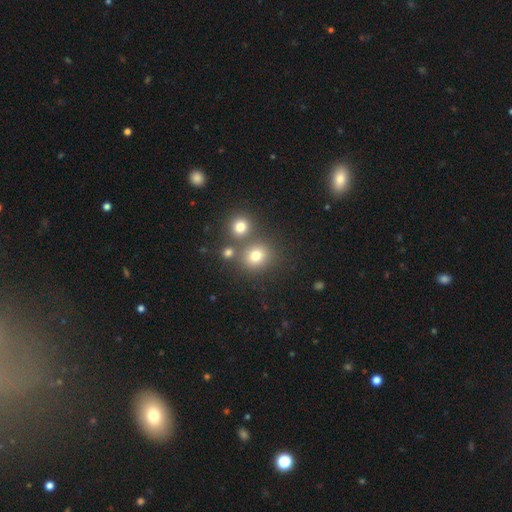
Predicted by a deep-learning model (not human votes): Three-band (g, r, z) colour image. It shows a smooth galaxy with no disk features (76%) that is round (83%). Merging: none (67%).